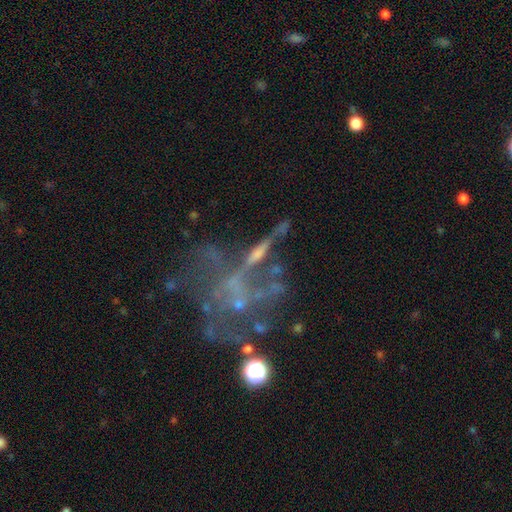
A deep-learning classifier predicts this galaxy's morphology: featured or disk 59%, star or artifact 25%, smooth 16%. Down the decision tree: edge-on disk — no (82%); merging — major disturbance (35%).